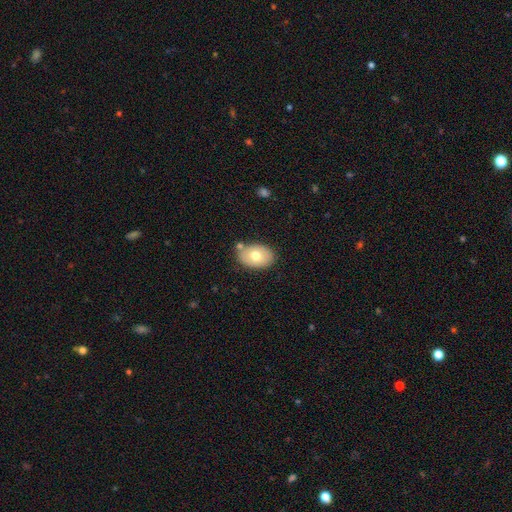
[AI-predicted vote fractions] Overall: smooth (71%). How rounded: in between (85%). Merging: none (75%).